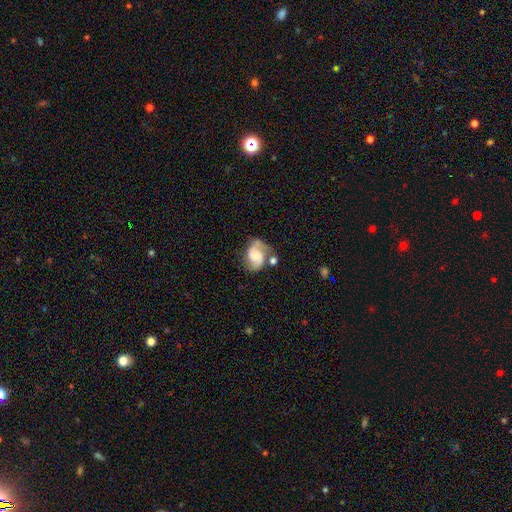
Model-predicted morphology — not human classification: featured or disk 77%, smooth 16%, star or artifact 7%. Down the decision tree: edge-on disk — no (98%); bar — no (52%); spiral arms — yes (95%); spiral arm count — 2 (88%); spiral winding — medium (50%); bulge size — moderate (28%); merging — none (56%).